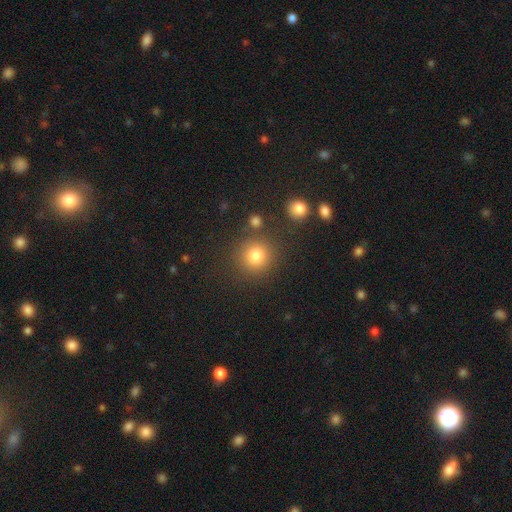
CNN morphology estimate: The model was most divided on "smooth or featured": smooth: 81%, star or artifact: 13%, featured or disk: 6%. More confident: how rounded — round (91%); merging — none (83%).